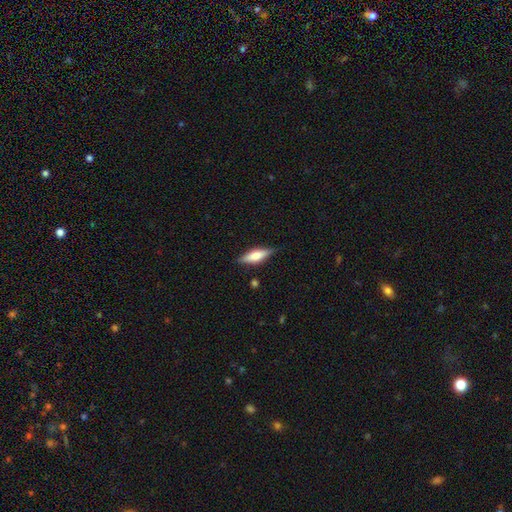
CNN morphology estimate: A smooth galaxy with no disk features (61%) that is in between round and cigar-shaped (50%).

Vote fractions:
- Smooth or featured? smooth: 61% / featured or disk: 32% / star or artifact: 6%
- How rounded? in between: 50% / cigar-shaped: 48% / round: 2%
- Merging? none: 82% / minor disturbance: 14% / major disturbance: 3% / merger: 2%